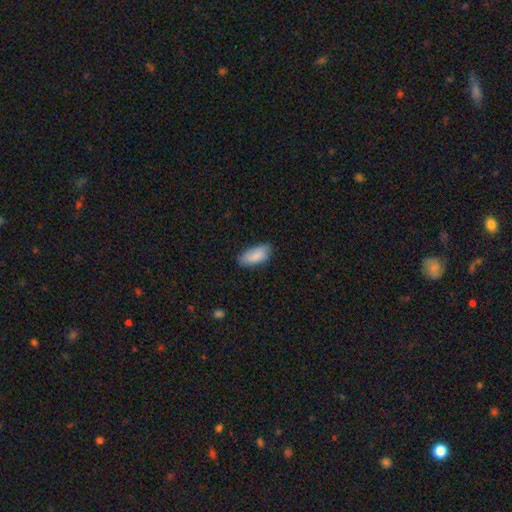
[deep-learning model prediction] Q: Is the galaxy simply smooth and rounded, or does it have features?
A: smooth — 87%.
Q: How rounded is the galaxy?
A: in between — 90%.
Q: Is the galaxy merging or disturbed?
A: none — 73%.